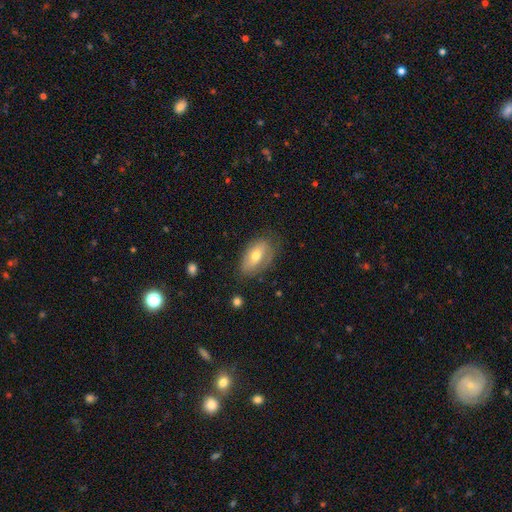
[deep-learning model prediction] Smooth or featured? Predicted: smooth (p=0.58). How rounded? Predicted: in between (p=0.90). Merging? Predicted: none (p=0.69).